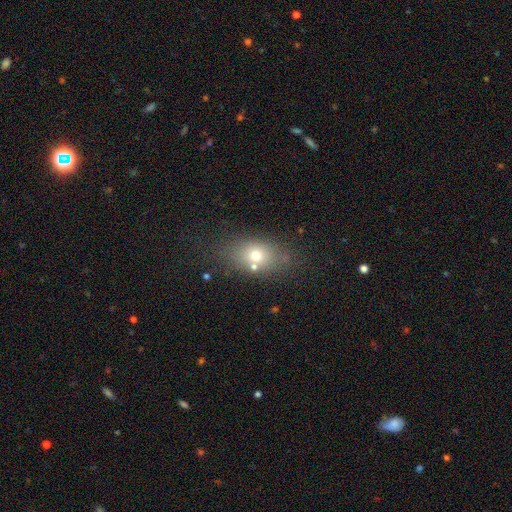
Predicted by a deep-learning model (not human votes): Morphology: type=smooth (70%); roundness=in between (73%); merging=none (71%).